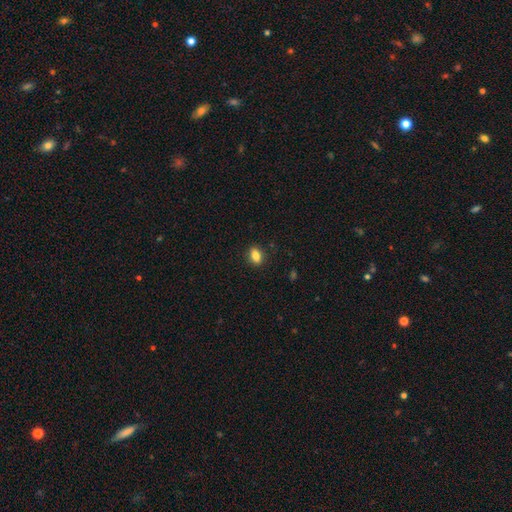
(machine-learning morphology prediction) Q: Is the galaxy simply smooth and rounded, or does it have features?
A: smooth — 83%.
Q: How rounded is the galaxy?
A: in between — 77%.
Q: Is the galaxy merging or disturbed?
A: none — 89%.